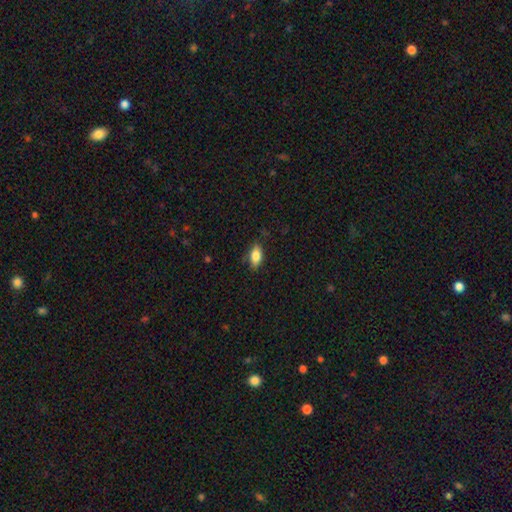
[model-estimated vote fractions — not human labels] Smooth or featured? smooth (82%)
How rounded? in between (88%)
Merging? none (81%)